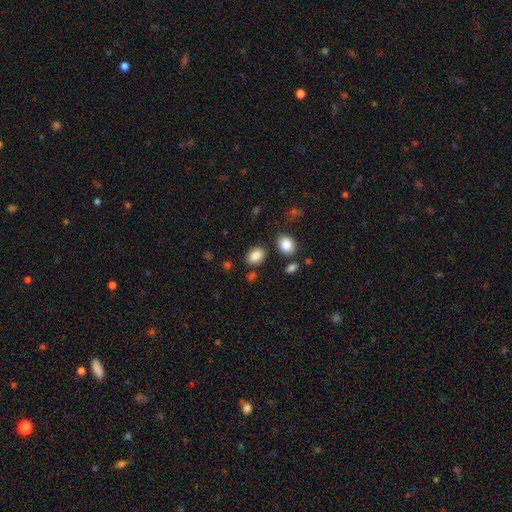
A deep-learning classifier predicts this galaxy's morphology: type=smooth (86%); roundness=in between (74%); merging=none (80%).